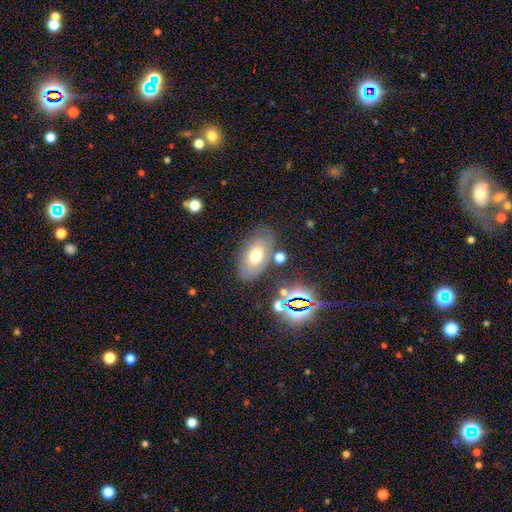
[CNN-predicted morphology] smooth-or-featured: smooth: 58% | featured or disk: 28% | star or artifact: 13%
  how-rounded: in between: 91% | round: 6% | cigar-shaped: 2%
  merging: none: 72% | minor disturbance: 16% | merger: 6% | major disturbance: 6%